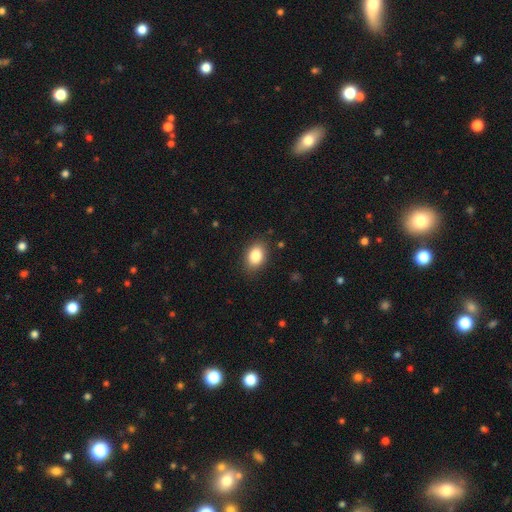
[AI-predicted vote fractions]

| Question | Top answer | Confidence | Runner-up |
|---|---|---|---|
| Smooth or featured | smooth | 84% | star or artifact (8%) |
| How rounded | in between | 80% | round (18%) |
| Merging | none | 85% | minor disturbance (11%) |